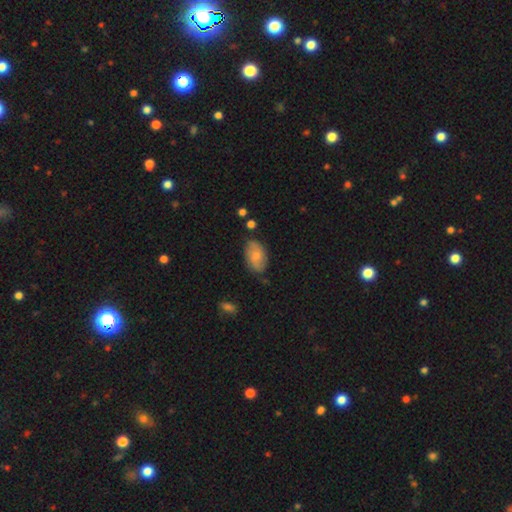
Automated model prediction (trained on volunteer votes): A smooth galaxy with no disk features (62%) that is in between round and cigar-shaped (91%). Merging: none (71%).